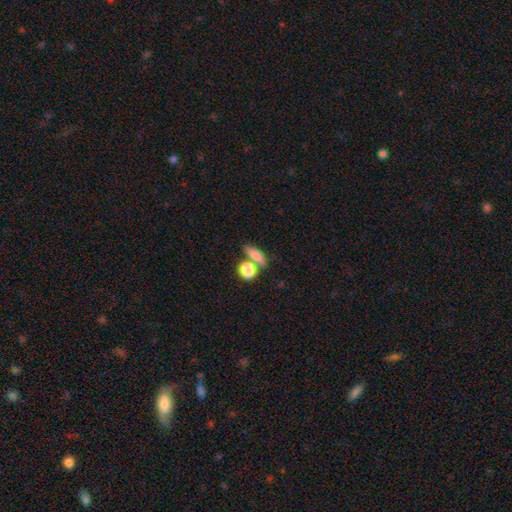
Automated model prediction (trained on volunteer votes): Smooth or featured?
  - smooth: 78% *
  - featured or disk: 13%
  - star or artifact: 9%
How rounded?
  - in between: 44% *
  - cigar-shaped: 29%
  - round: 27%
Merging?
  - none: 56% *
  - merger: 29%
  - minor disturbance: 11%
  - major disturbance: 5%